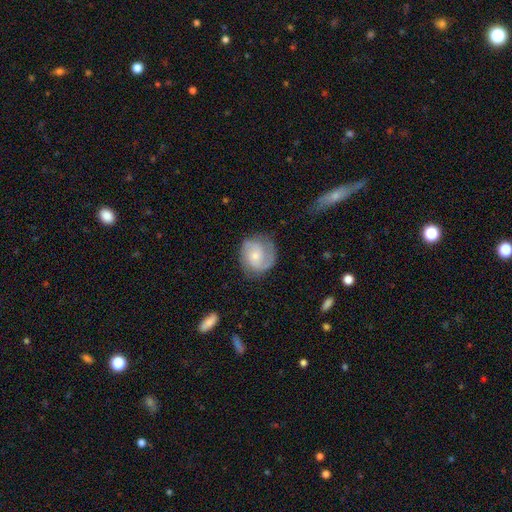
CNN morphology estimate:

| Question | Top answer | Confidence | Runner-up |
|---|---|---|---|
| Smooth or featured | featured or disk | 61% | smooth (32%) |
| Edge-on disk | no | 98% | yes (2%) |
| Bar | no | 64% | weak (30%) |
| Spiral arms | yes | 89% | no (11%) |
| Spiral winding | medium | 45% | tight (32%) |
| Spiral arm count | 2 | 72% | can't tell (13%) |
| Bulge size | small | 51% | moderate (41%) |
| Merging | none | 68% | minor disturbance (22%) |